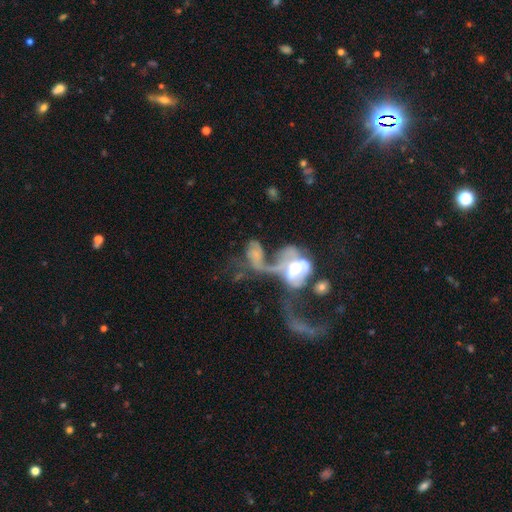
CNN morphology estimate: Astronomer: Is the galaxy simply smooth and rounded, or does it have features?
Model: featured or disk — 63%.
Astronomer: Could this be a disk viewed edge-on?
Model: no — 94%.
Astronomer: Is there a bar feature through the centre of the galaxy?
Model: no — 65%.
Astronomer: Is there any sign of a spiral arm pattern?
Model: yes — 56% (runner-up: no, 44%).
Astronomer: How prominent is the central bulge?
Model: moderate — 46%.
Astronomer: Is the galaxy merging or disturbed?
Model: merger — 52% (runner-up: major disturbance, 33%).